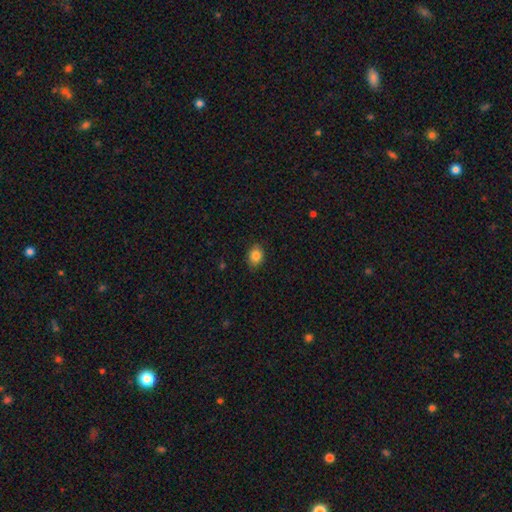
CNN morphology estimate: smooth_or_featured: smooth (p=0.85) [alt: star or artifact p=0.09]
how_rounded: in between (p=0.64) [alt: round p=0.35]
merging: none (p=0.86) [alt: minor disturbance p=0.10]